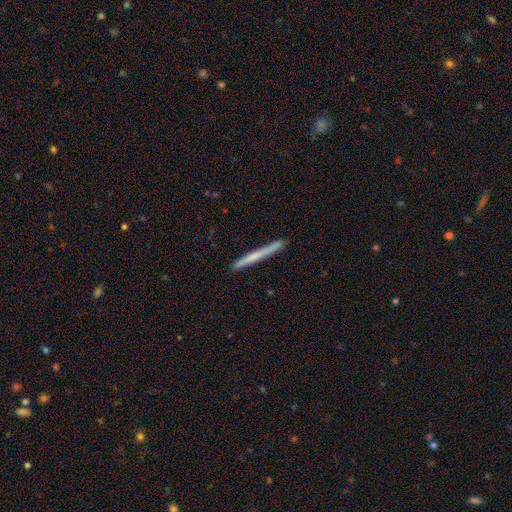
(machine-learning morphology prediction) Smooth or featured? smooth (53%)
How rounded? cigar-shaped (97%)
Merging? none (90%)